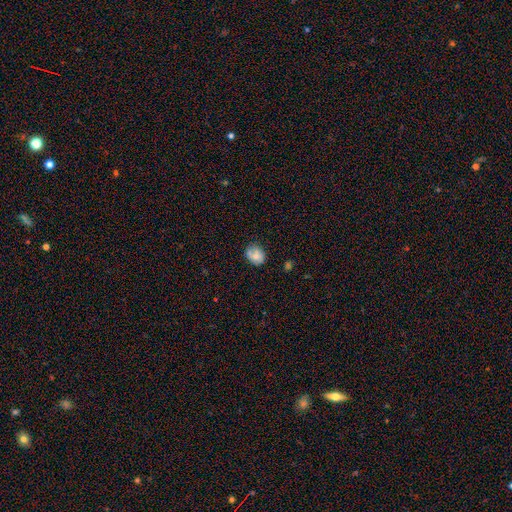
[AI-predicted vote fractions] The model was most divided on "how rounded": round: 57%, in between: 42%, cigar-shaped: 1%. More confident: merging — none (64%); smooth or featured — smooth (63%).